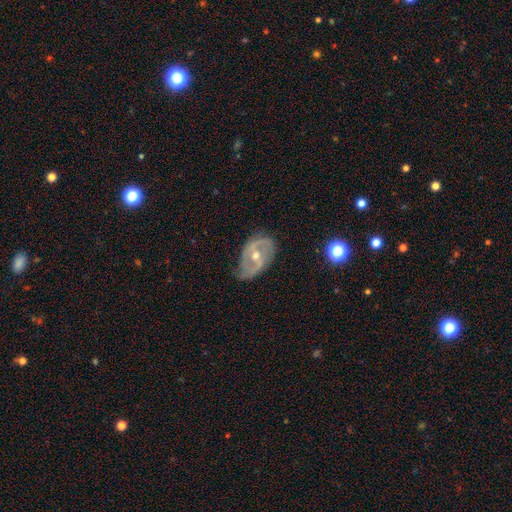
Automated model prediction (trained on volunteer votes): Smooth or featured? Predicted: featured or disk (p=0.80). Edge-on disk? Predicted: no (p=0.95). Bar? Predicted: weak (p=0.40). Spiral arms? Predicted: yes (p=0.83). Spiral winding? Predicted: medium (p=0.43). Spiral arm count? Predicted: 2 (p=0.73). Bulge size? Predicted: moderate (p=0.61). Merging? Predicted: none (p=0.64).